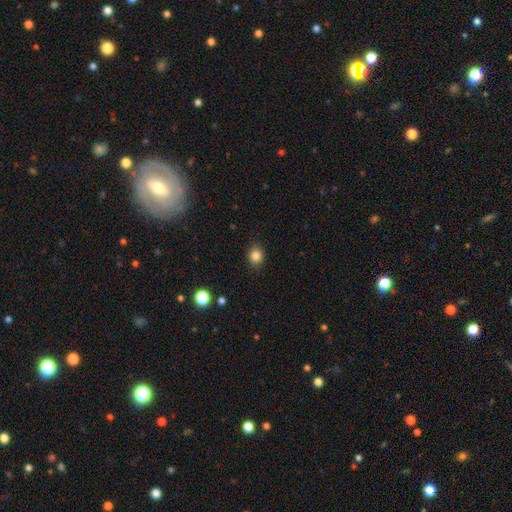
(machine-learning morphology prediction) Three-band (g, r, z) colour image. It shows a smooth galaxy with no disk features (84%) that is round (56%). Merging: none (87%).